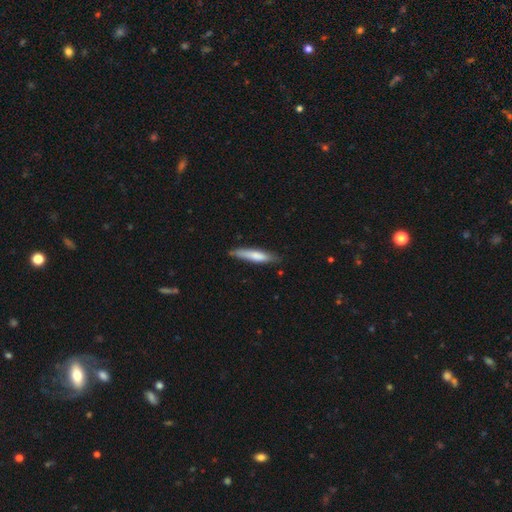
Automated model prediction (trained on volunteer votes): This is likely a smooth galaxy (72%). How rounded: clearly cigar-shaped (86%). Merging: likely none (76%).